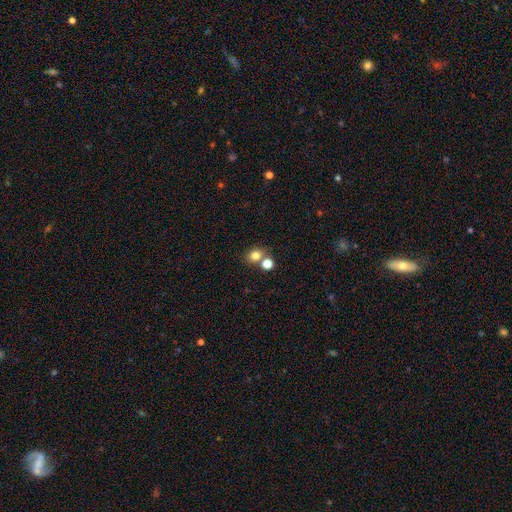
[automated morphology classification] type=smooth (78%); roundness=round (67%); merging=none (59%).